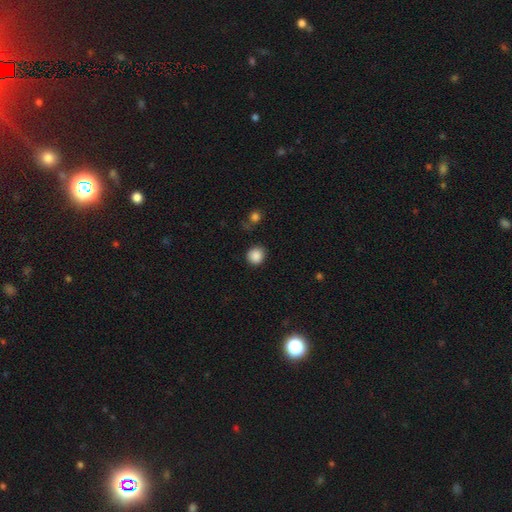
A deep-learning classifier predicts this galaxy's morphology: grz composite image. It shows a smooth galaxy with no disk features (88%) that is round (88%). Merging: none (84%).